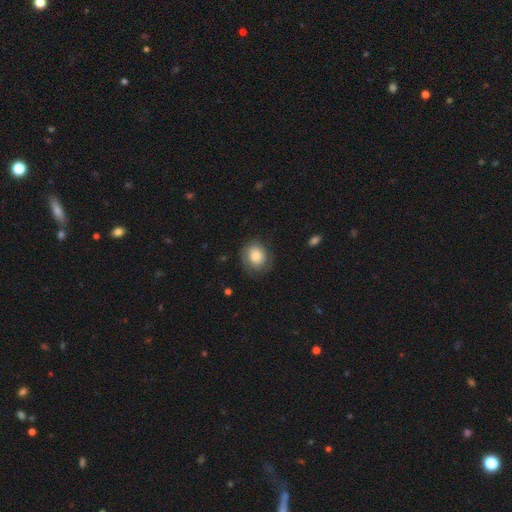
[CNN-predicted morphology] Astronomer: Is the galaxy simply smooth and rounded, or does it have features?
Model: smooth — 75%.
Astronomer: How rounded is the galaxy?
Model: round — 69%.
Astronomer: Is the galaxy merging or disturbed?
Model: none — 75%.